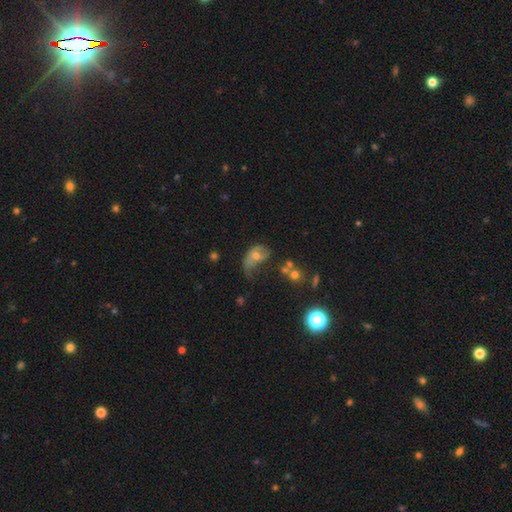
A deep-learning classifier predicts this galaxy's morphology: A smooth galaxy with no disk features (49%). Merging: major disturbance (48%).